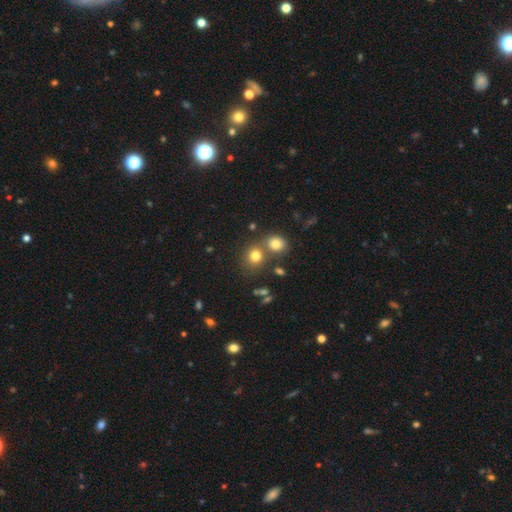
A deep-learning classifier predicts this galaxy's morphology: This appears to be a smooth galaxy with no disk features (77%) that is round (78%). Merging: none (58%).